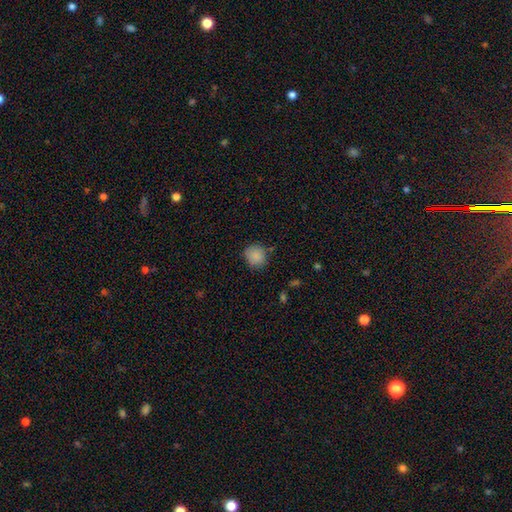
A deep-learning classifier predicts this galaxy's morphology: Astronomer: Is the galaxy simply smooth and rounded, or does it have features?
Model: smooth — 86%.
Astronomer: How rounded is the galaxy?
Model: round — 83%.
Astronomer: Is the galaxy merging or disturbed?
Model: none — 76%.